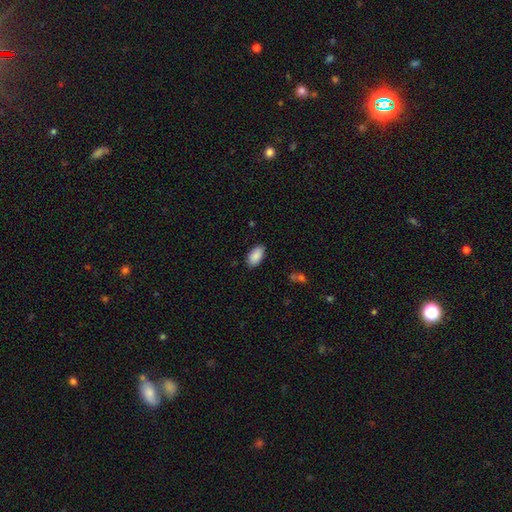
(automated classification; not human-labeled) Smooth or featured?
  - smooth: 90% *
  - star or artifact: 7%
  - featured or disk: 4%
How rounded?
  - in between: 95% *
  - round: 3%
  - cigar-shaped: 2%
Merging?
  - none: 86% *
  - minor disturbance: 11%
  - major disturbance: 2%
  - merger: 1%